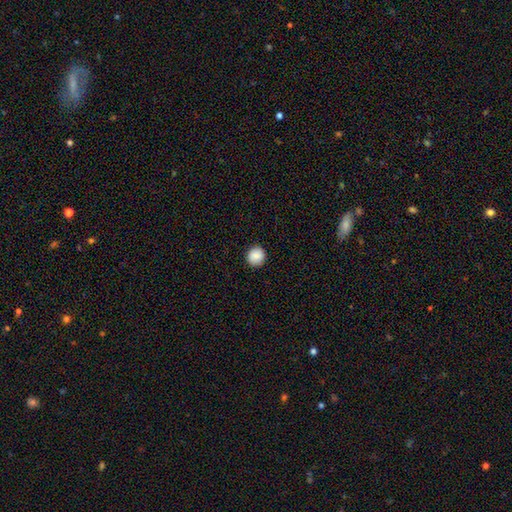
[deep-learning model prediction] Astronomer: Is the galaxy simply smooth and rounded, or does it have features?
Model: smooth — 88%.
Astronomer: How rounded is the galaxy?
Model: round — 92%.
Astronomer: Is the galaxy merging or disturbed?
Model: none — 92%.